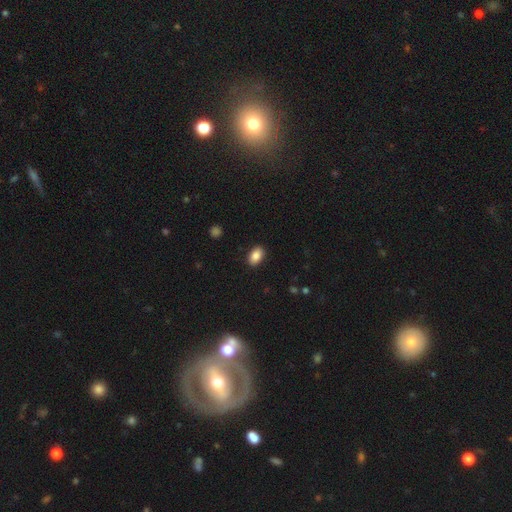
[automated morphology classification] This appears to be a smooth galaxy with no disk features (88%) that is in between round and cigar-shaped (89%). Merging: none (89%).